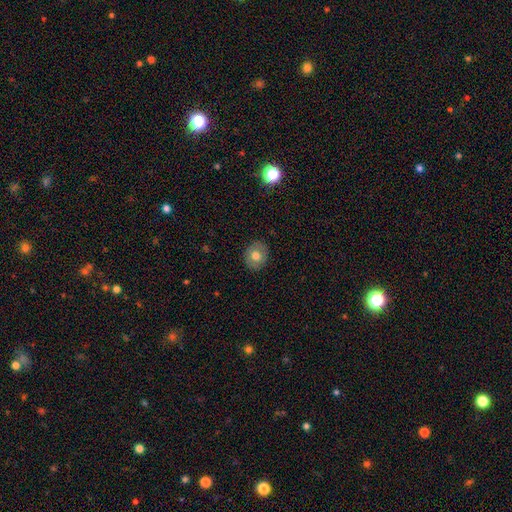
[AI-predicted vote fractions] This is likely a smooth galaxy (72%). How rounded: likely round (74%). Merging: clearly none (88%).